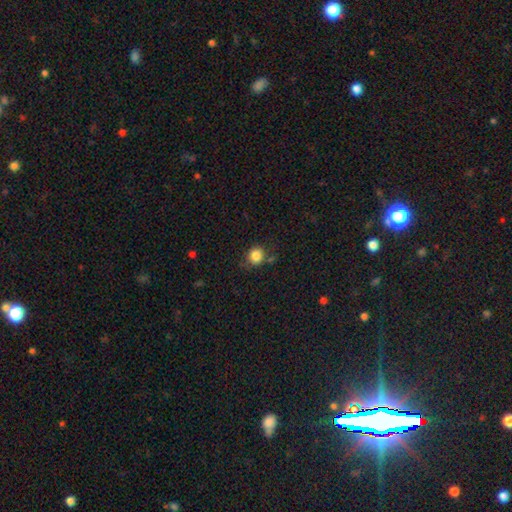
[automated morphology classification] Smooth or featured: smooth — 85% (star or artifact — 10%)
How rounded: round — 81% (in between — 19%)
Merging: none — 74% (minor disturbance — 16%)